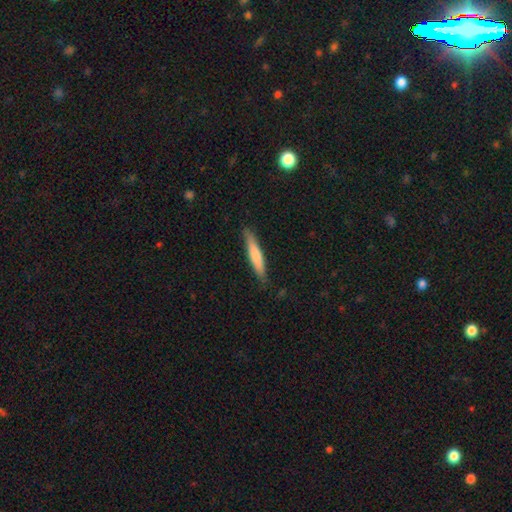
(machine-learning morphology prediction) smooth-or-featured: smooth: 71% | featured or disk: 24% | star or artifact: 5%
  how-rounded: cigar-shaped: 90% | in between: 8% | round: 1%
  merging: none: 86% | minor disturbance: 11% | major disturbance: 2% | merger: 1%